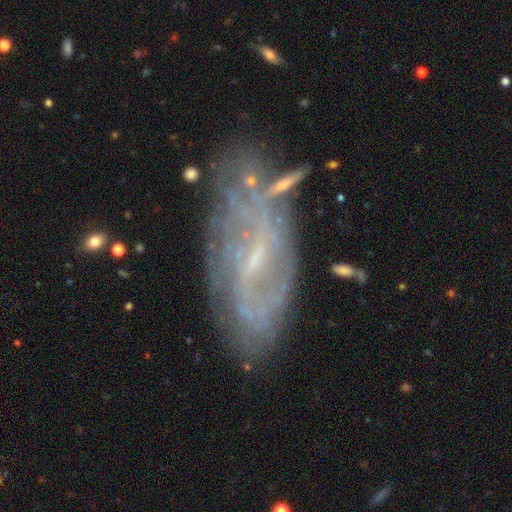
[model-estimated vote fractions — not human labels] smooth_or_featured: featured or disk (p=0.75) [alt: smooth p=0.14]
disk_edge_on: no (p=0.90) [alt: yes p=0.10]
bar: weak (p=0.51) [alt: no p=0.28]
has_spiral_arms: yes (p=0.82) [alt: no p=0.18]
spiral_winding: medium (p=0.37) [alt: tight p=0.34]
spiral_arm_count: can't tell (p=0.41) [alt: 2 p=0.37]
bulge_size: small (p=0.72) [alt: none p=0.15]
merging: none (p=0.71) [alt: minor disturbance p=0.17]